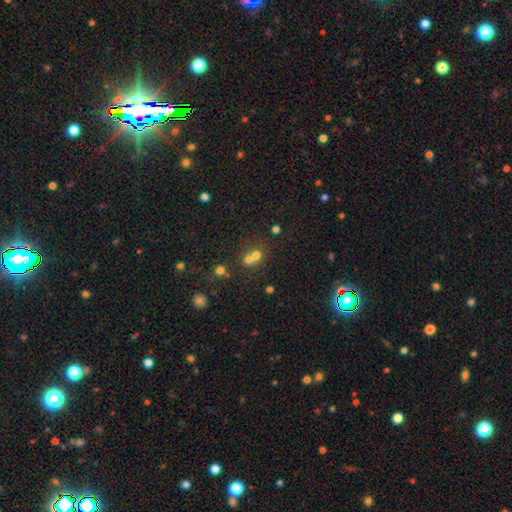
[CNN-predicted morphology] smooth-or-featured: smooth: 65% | star or artifact: 19% | featured or disk: 16%
  how-rounded: round: 77% | in between: 22% | cigar-shaped: 1%
  merging: merger: 57% | none: 34% | minor disturbance: 6% | major disturbance: 3%